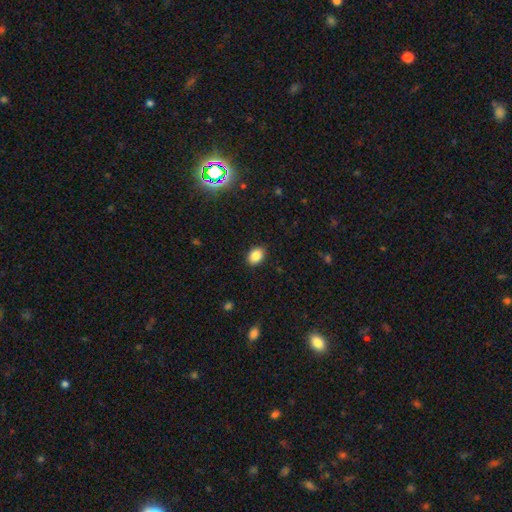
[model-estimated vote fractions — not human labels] Smooth or featured? smooth (86%)
How rounded? in between (68%)
Merging? none (88%)